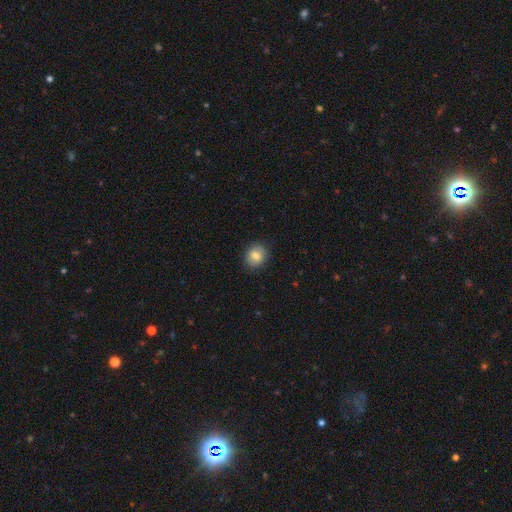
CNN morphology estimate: This is likely a smooth galaxy (78%). How rounded: likely round (66%). Merging: clearly none (87%).